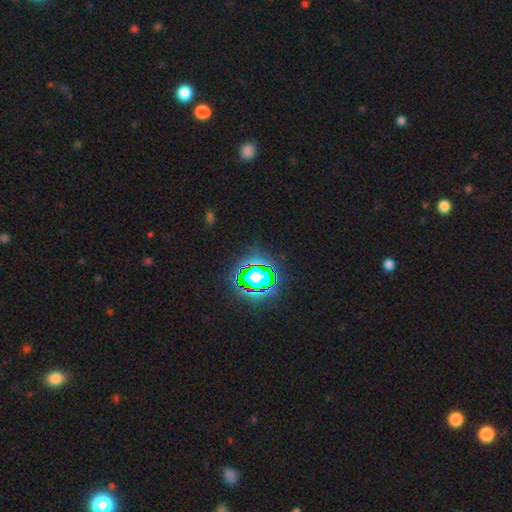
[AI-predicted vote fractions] Smooth or featured?
  - star or artifact: 75% *
  - smooth: 16%
  - featured or disk: 9%